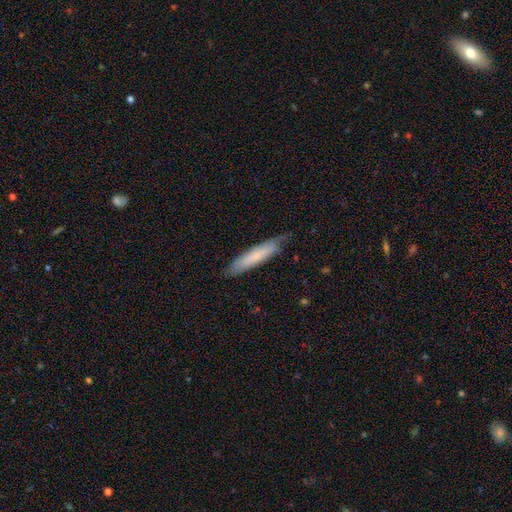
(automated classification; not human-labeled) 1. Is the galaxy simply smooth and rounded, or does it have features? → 67% smooth, 27% featured or disk, 6% star or artifact.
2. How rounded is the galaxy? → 87% cigar-shaped, 12% in between, 1% round.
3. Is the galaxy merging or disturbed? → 75% none, 20% minor disturbance, 3% major disturbance, 1% merger.